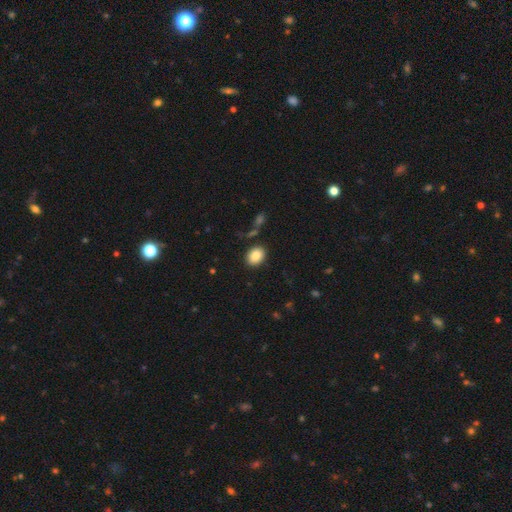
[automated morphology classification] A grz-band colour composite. It shows a smooth galaxy with no disk features (87%) that is in between round and cigar-shaped (63%). Merging: none (85%).